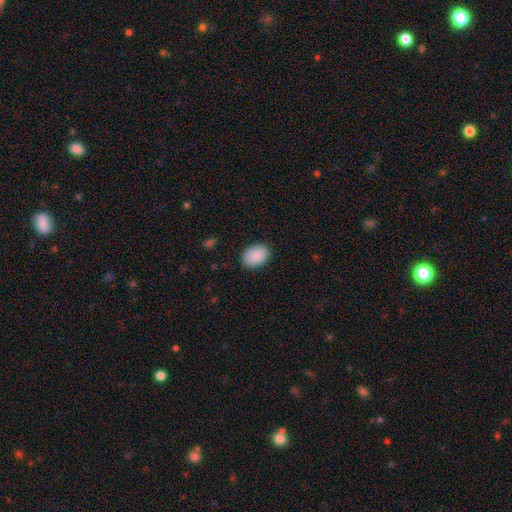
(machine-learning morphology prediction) Smooth or featured? smooth (91%)
How rounded? in between (78%)
Merging? none (88%)